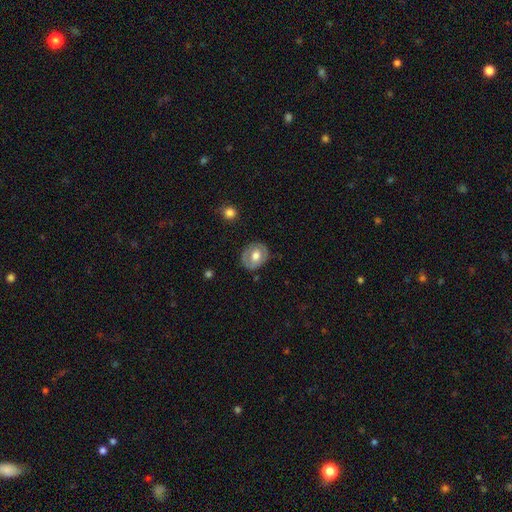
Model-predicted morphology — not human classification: smooth-or-featured: smooth: 52% | featured or disk: 42% | star or artifact: 7%
  how-rounded: round: 56% | in between: 43% | cigar-shaped: 1%
  merging: none: 78% | minor disturbance: 16% | major disturbance: 4% | merger: 1%